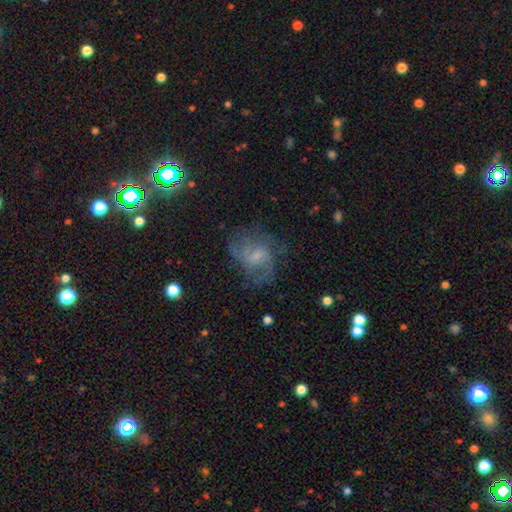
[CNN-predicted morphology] Overall: featured or disk (69%). Edge-on disk: no (98%). Bar: weak (48%; no 44%). Spiral arms: yes (85%). Spiral arm count: 2 (39%; can't tell 30%). Spiral winding: medium (46%; loose 35%). Bulge size: small (58%; moderate 21%). Merging: none (56%; major disturbance 22%).